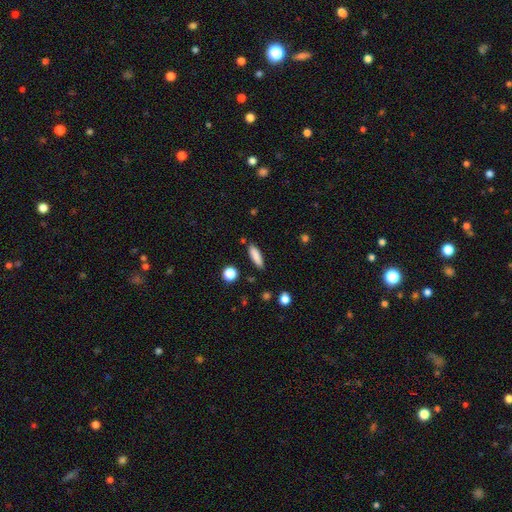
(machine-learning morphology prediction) A smooth galaxy with no disk features (84%) that is cigar-shaped (62%). Merging: none (85%).